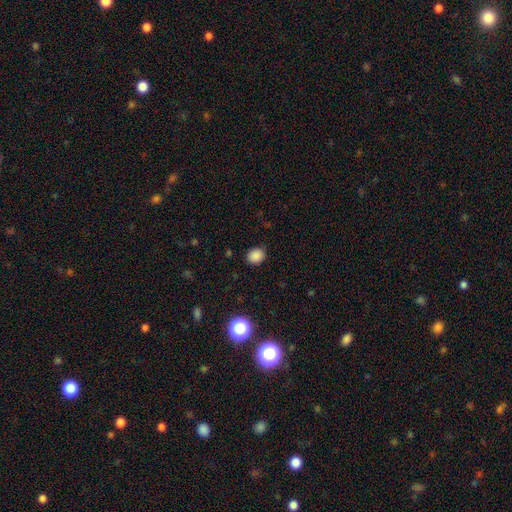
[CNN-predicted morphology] Overall: smooth (86%). How rounded: round (60%; in between 39%). Merging: none (87%).